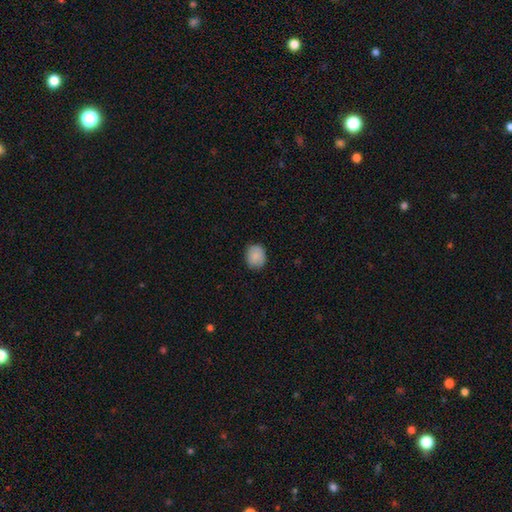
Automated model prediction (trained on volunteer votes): Overall: smooth (86%). How rounded: round (69%; in between 30%). Merging: none (85%).